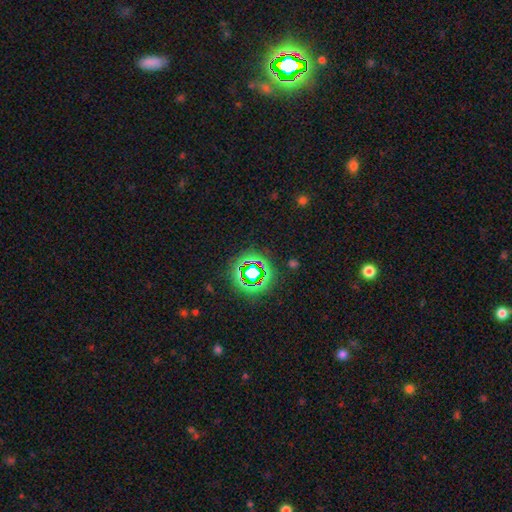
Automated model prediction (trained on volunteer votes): Smooth or featured?
  - star or artifact: 63% *
  - smooth: 24%
  - featured or disk: 13%